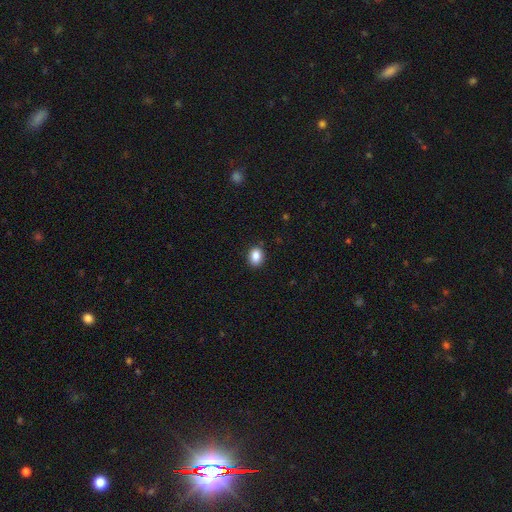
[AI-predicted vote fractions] Overall: smooth (87%). How rounded: in between (61%; round 38%). Merging: none (88%).